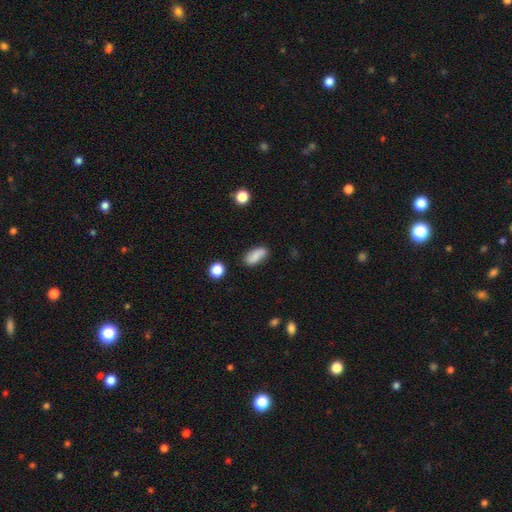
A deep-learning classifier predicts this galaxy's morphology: Q: Smooth or featured?
A: smooth (81%); runner-up: featured or disk (10%)
Q: How rounded?
A: in between (83%); runner-up: cigar-shaped (13%)
Q: Merging?
A: none (74%); runner-up: minor disturbance (17%)